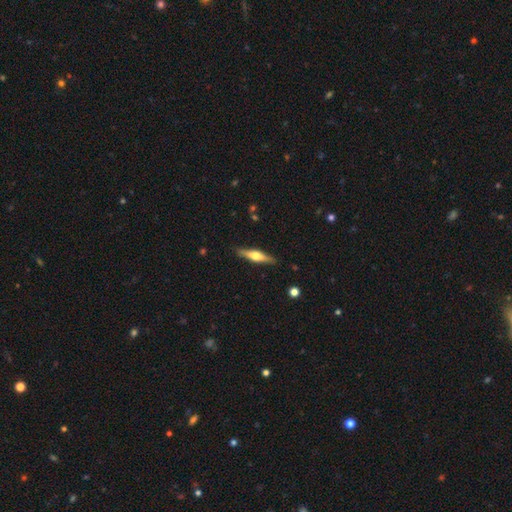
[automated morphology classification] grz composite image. It shows a featured or disk galaxy (58%) viewed edge-on (95%) with a rounded central bulge (91%). Merging: none (89%).